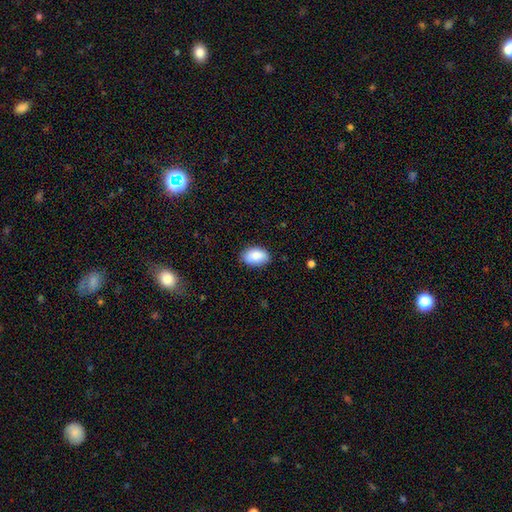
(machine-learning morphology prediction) Smooth or featured? Predicted: smooth (p=0.86). How rounded? Predicted: in between (p=0.91). Merging? Predicted: none (p=0.81).